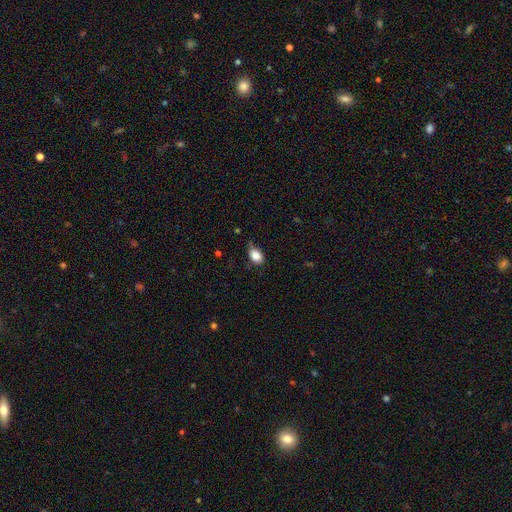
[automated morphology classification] Smooth or featured? Predicted: smooth (p=0.85). How rounded? Predicted: in between (p=0.78). Merging? Predicted: none (p=0.63).